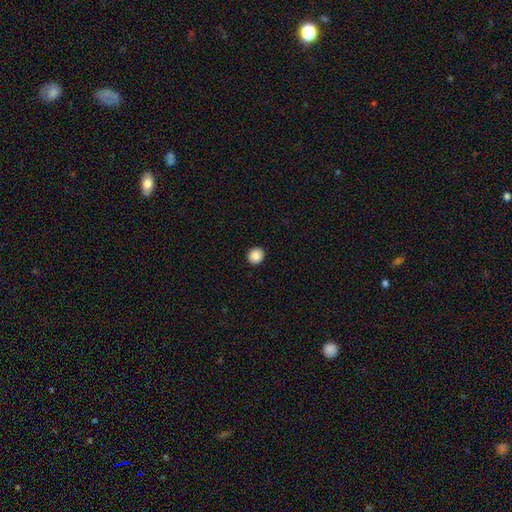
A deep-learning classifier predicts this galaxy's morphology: Smooth or featured? smooth (88%)
How rounded? round (89%)
Merging? none (93%)